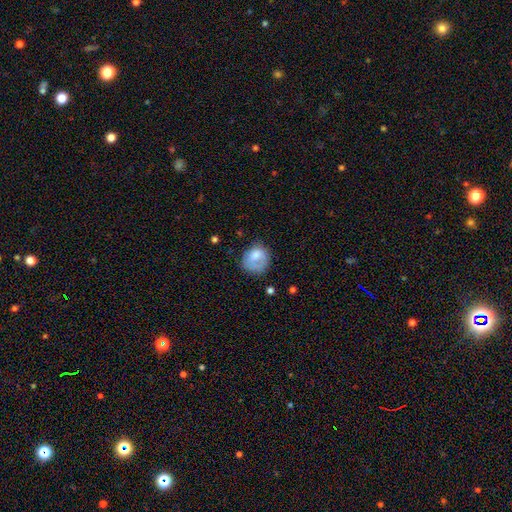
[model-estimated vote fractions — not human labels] Smooth or featured?
  - smooth: 66% *
  - featured or disk: 25%
  - star or artifact: 9%
How rounded?
  - round: 65% *
  - in between: 34%
  - cigar-shaped: 1%
Merging?
  - none: 47% *
  - minor disturbance: 28%
  - major disturbance: 22%
  - merger: 4%